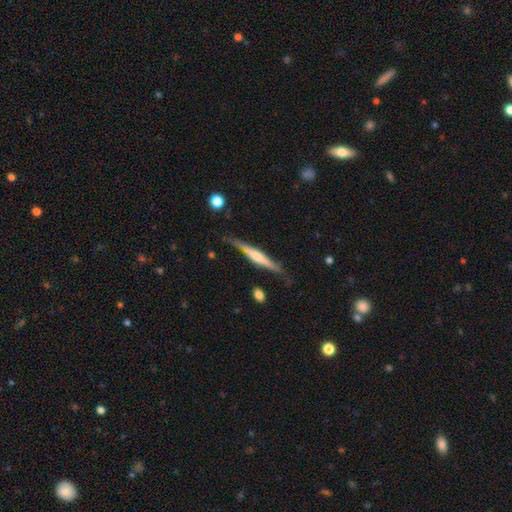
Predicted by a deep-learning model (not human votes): A featured or disk galaxy (76%) viewed edge-on (96%) with a rounded central bulge (68%). Merging: none (77%).